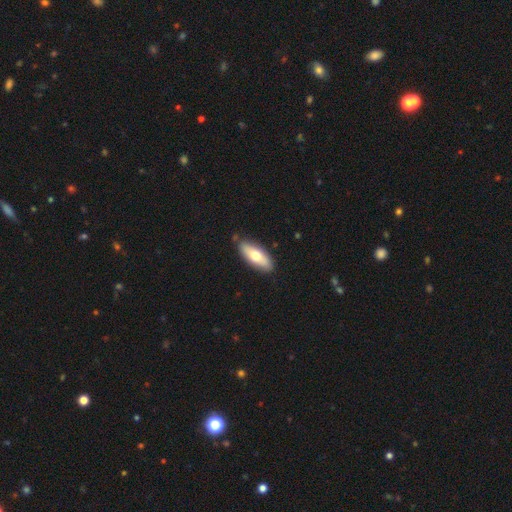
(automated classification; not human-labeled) smooth_or_featured: smooth (p=0.66) [alt: featured or disk p=0.29]
how_rounded: in between (p=0.72) [alt: cigar-shaped p=0.26]
merging: none (p=0.83) [alt: minor disturbance p=0.12]